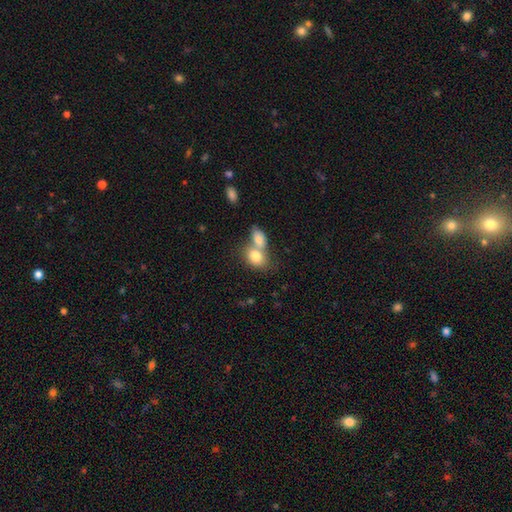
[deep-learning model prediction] A smooth galaxy with no disk features (79%) that is in between round and cigar-shaped (70%). Merging: merger (65%).